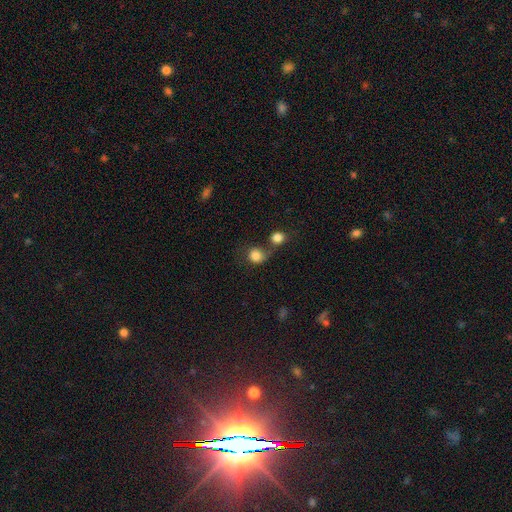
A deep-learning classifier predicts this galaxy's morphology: type=smooth (83%); roundness=round (82%); merging=none (41%).